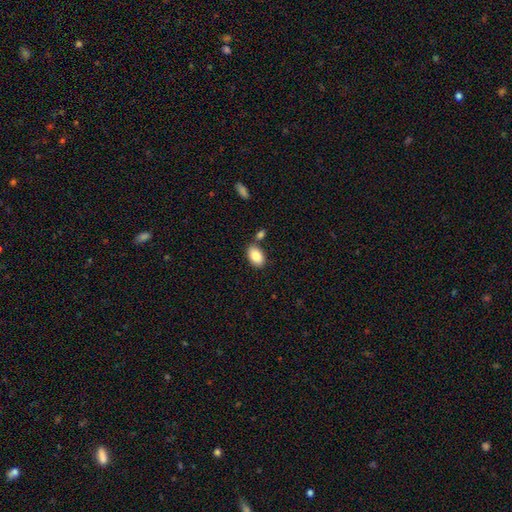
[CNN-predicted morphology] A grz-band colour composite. It shows a smooth galaxy with no disk features (87%) that is in between round and cigar-shaped (91%). Merging: none (74%).